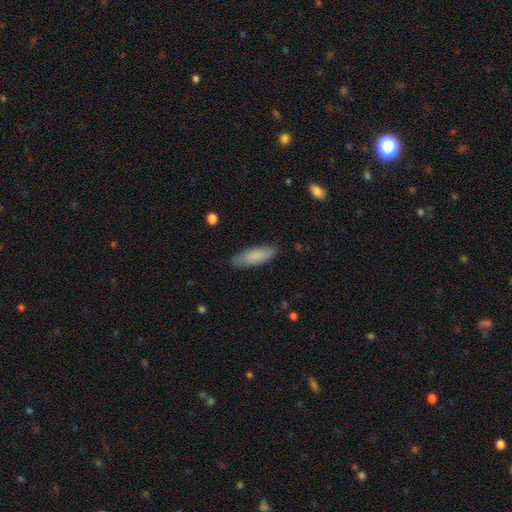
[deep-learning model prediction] Q: Smooth or featured?
A: smooth (85%); runner-up: featured or disk (9%)
Q: How rounded?
A: in between (59%); runner-up: cigar-shaped (39%)
Q: Merging?
A: none (82%); runner-up: minor disturbance (14%)